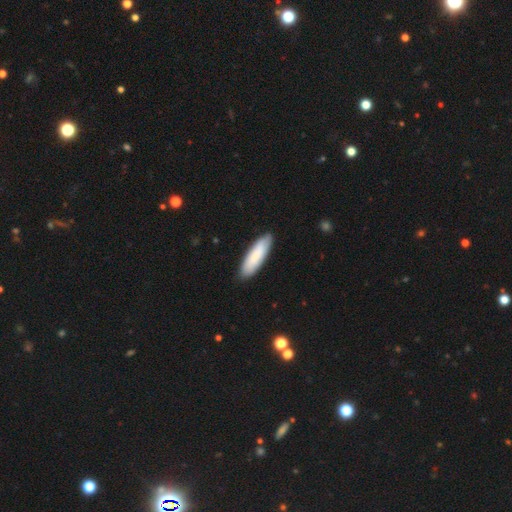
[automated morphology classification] type=smooth (83%); roundness=cigar-shaped (55%); merging=none (87%).